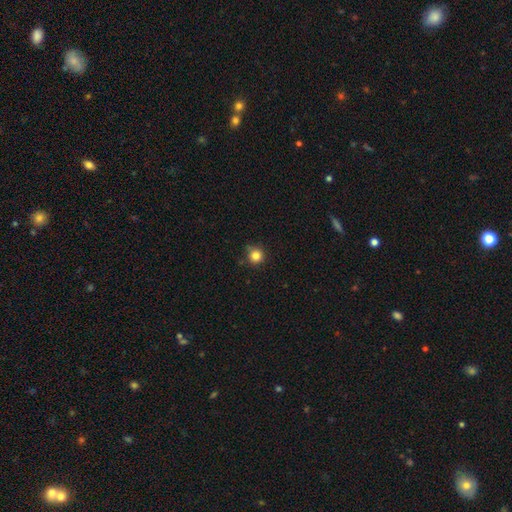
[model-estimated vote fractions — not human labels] Morphology: type=smooth (83%); roundness=round (94%); merging=none (82%).